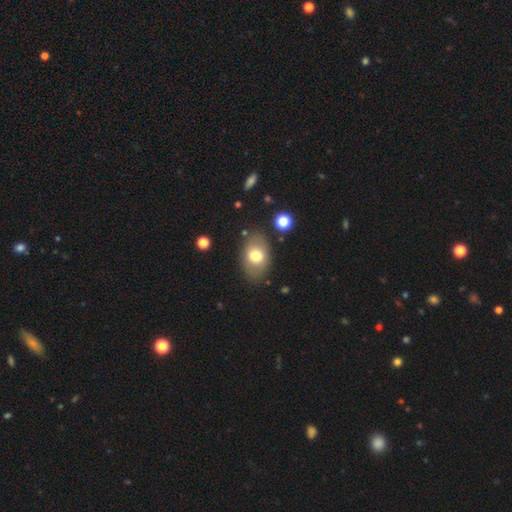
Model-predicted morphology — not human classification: Q: Smooth or featured?
A: smooth (70%); runner-up: featured or disk (22%)
Q: How rounded?
A: in between (84%); runner-up: round (14%)
Q: Merging?
A: none (79%); runner-up: minor disturbance (13%)